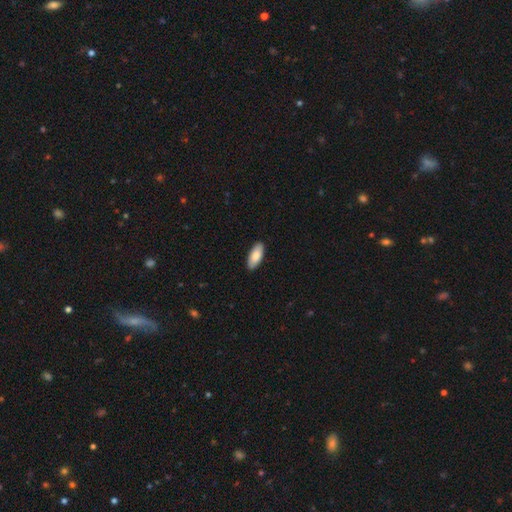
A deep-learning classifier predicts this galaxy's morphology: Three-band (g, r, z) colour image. It shows a smooth galaxy with no disk features (85%) that is in between round and cigar-shaped (86%). Merging: none (90%).